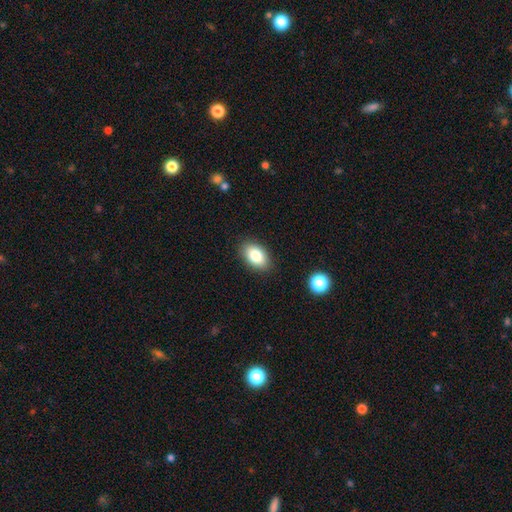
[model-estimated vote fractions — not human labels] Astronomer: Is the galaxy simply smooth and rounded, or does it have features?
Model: smooth — 83%.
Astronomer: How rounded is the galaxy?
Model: in between — 90%.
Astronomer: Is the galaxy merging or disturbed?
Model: none — 88%.